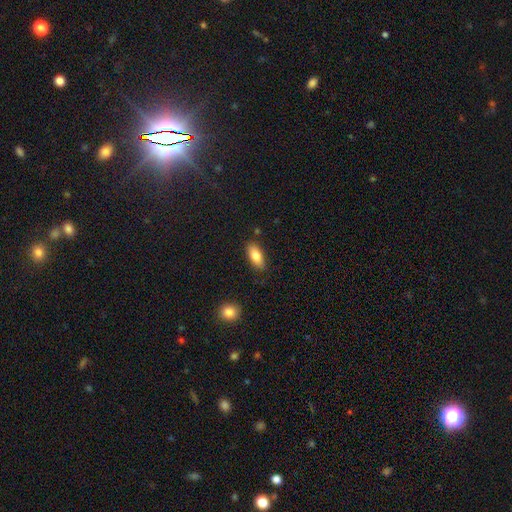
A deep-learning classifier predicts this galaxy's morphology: Smooth or featured? smooth (83%)
How rounded? in between (84%)
Merging? none (83%)